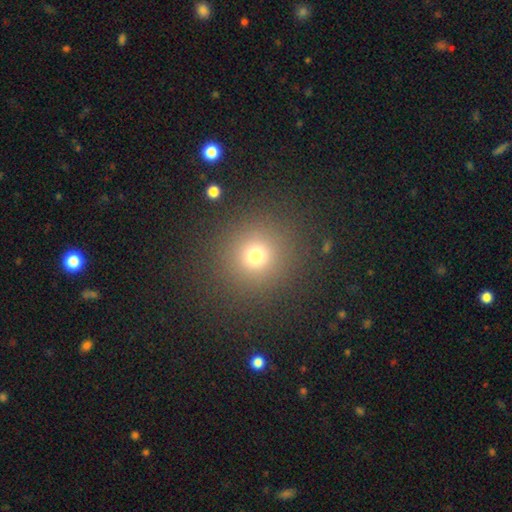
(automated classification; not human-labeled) smooth-or-featured: smooth: 72% | star or artifact: 20% | featured or disk: 8%
  how-rounded: round: 93% | in between: 6% | cigar-shaped: 1%
  merging: none: 88% | minor disturbance: 7% | major disturbance: 4% | merger: 2%